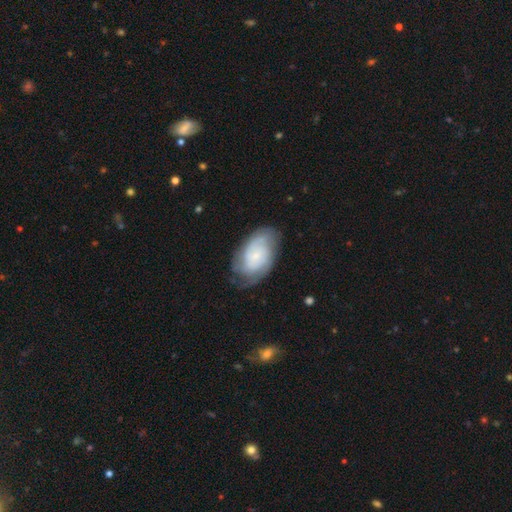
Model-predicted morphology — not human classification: Smooth or featured? featured or disk (73%)
Edge-on disk? no (97%)
Bar? no (68%)
Spiral arms? yes (93%)
Spiral winding? tight (52%)
Spiral arm count? 2 (37%)
Bulge size? small (75%)
Merging? none (67%)